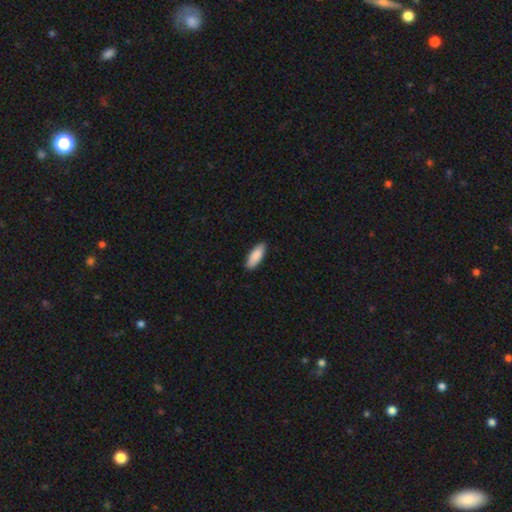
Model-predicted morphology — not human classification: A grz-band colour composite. It shows a smooth galaxy with no disk features (90%) that is in between round and cigar-shaped (74%). Merging: none (87%).